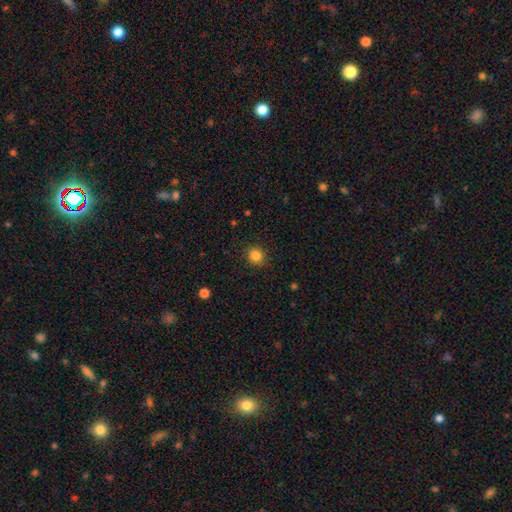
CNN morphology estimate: Smooth or featured? smooth (84%)
How rounded? round (85%)
Merging? none (89%)